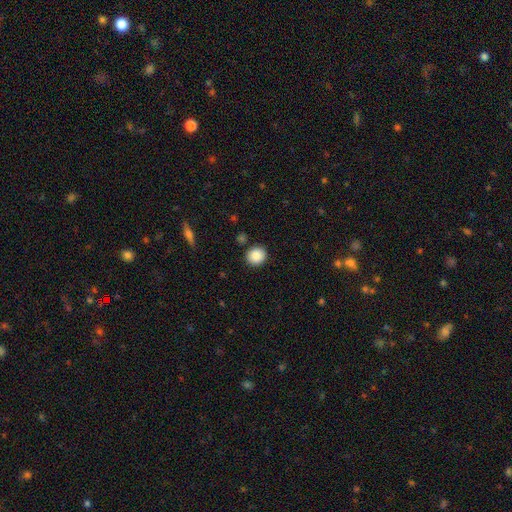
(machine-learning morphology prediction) smooth_or_featured: smooth (p=0.87) [alt: star or artifact p=0.08]
how_rounded: round (p=0.87) [alt: in between p=0.13]
merging: none (p=0.89) [alt: minor disturbance p=0.07]